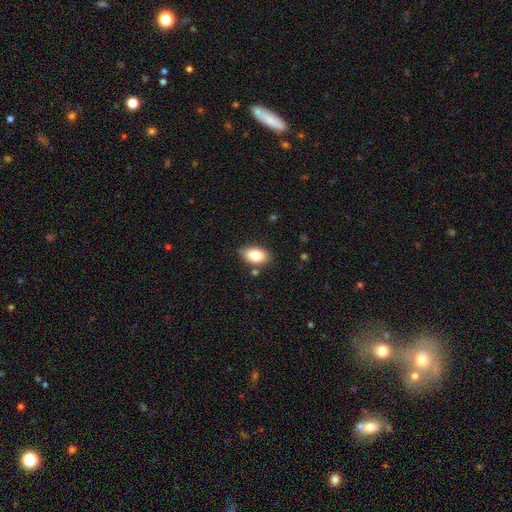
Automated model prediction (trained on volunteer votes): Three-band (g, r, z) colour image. It shows a smooth galaxy with no disk features (81%) that is in between round and cigar-shaped (90%). Merging: none (78%).